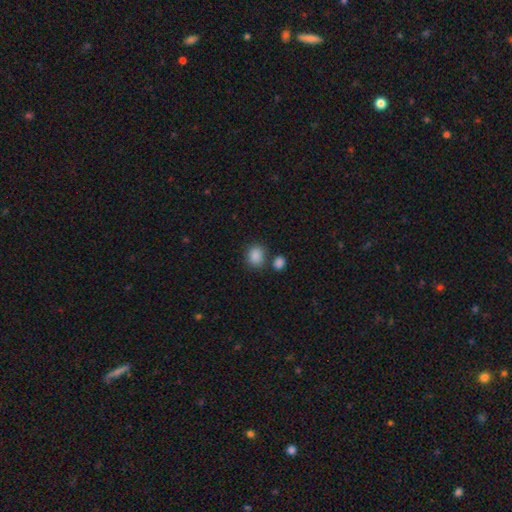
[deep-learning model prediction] Overall: smooth (87%). How rounded: round (58%; in between 41%). Merging: none (69%).